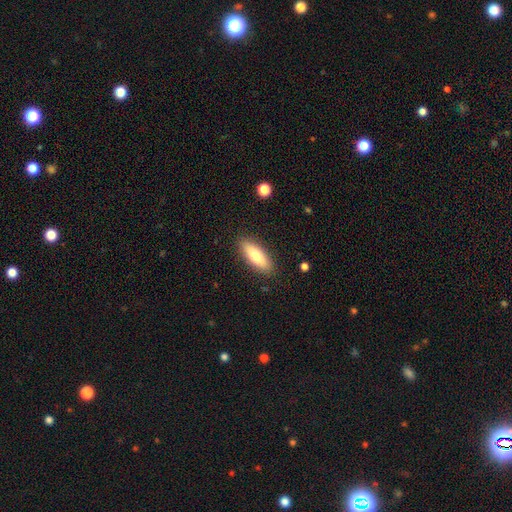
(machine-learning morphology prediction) A smooth galaxy with no disk features (76%) that is in between round and cigar-shaped (59%).

Vote fractions:
- Smooth or featured? smooth: 76% / featured or disk: 18% / star or artifact: 6%
- How rounded? in between: 59% / cigar-shaped: 39% / round: 2%
- Merging? none: 88% / minor disturbance: 9% / major disturbance: 2% / merger: 1%